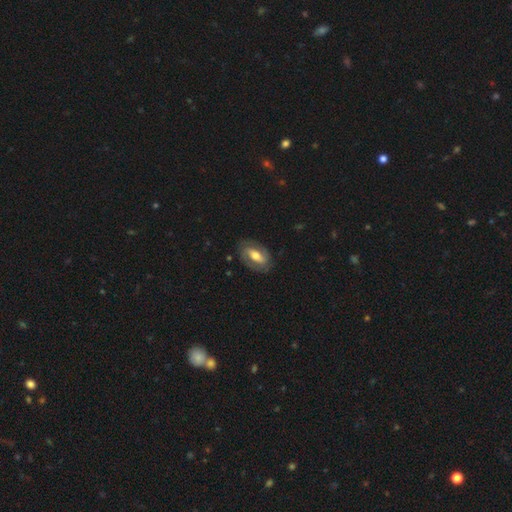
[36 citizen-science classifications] This is likely a featured or disk galaxy (61%). It is clearly not viewed edge-on (100%). Bar: marginally strong (41%). Spiral arm pattern: likely yes (73%). Spiral arm count: likely 2 (69%). Spiral winding: likely tight (69%). Central bulge: likely moderate (77%). Merging: likely none (77%).